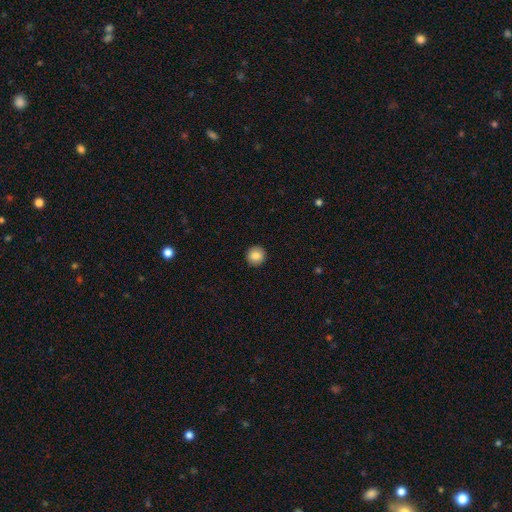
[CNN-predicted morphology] Smooth or featured? Predicted: smooth (p=0.86). How rounded? Predicted: round (p=0.94). Merging? Predicted: none (p=0.92).